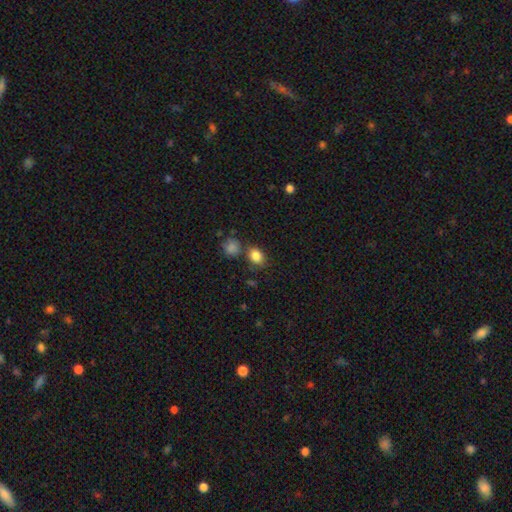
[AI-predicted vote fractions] Smooth or featured: smooth — 84% (star or artifact — 10%)
How rounded: in between — 62% (round — 36%)
Merging: none — 67% (minor disturbance — 14%)